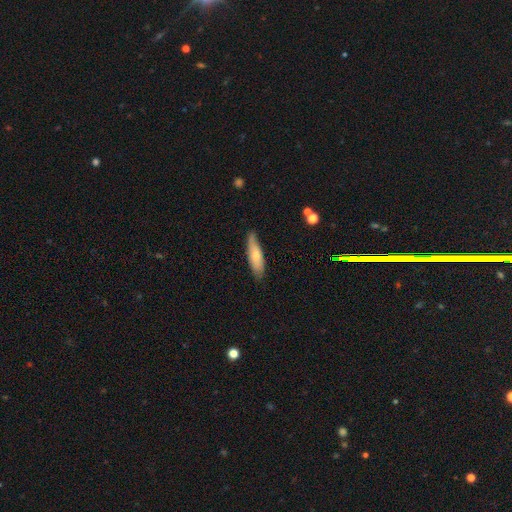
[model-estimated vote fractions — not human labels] Smooth or featured?
  - smooth: 66% *
  - featured or disk: 28%
  - star or artifact: 6%
How rounded?
  - cigar-shaped: 58% *
  - in between: 40%
  - round: 2%
Merging?
  - none: 74% *
  - minor disturbance: 21%
  - major disturbance: 3%
  - merger: 2%